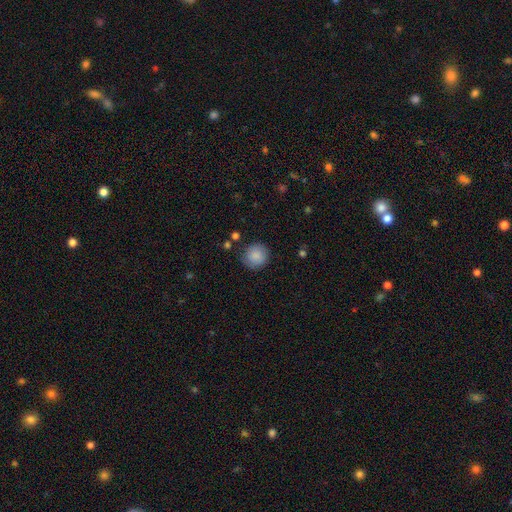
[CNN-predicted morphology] A smooth galaxy with no disk features (86%) that is round (93%).

Vote fractions:
- Smooth or featured? smooth: 86% / star or artifact: 7% / featured or disk: 7%
- How rounded? round: 93% / in between: 6% / cigar-shaped: 1%
- Merging? none: 85% / minor disturbance: 10% / major disturbance: 3% / merger: 2%